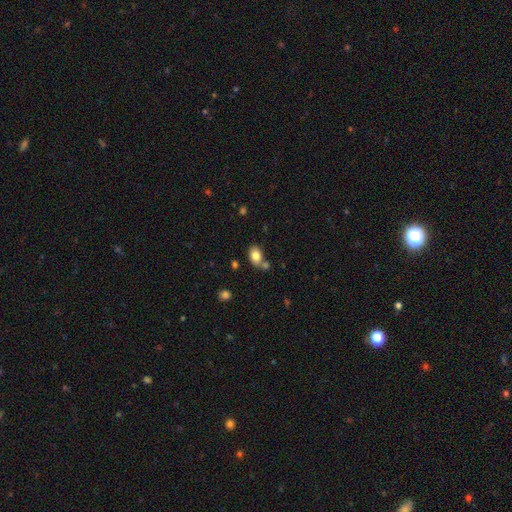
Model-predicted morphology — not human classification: smooth_or_featured: smooth (p=0.81) [alt: featured or disk p=0.11]
how_rounded: in between (p=0.85) [alt: round p=0.14]
merging: none (p=0.60) [alt: merger p=0.22]